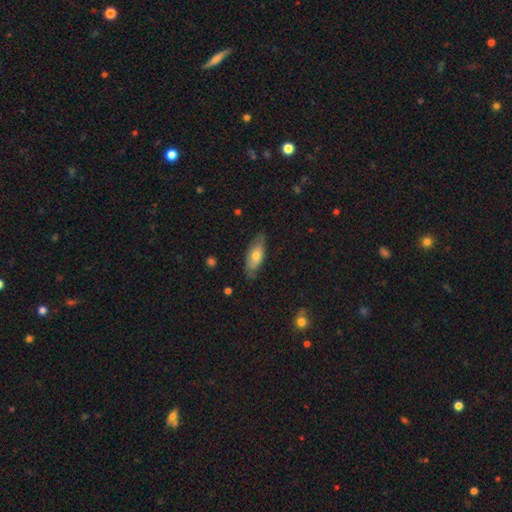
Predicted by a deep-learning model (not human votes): Smooth or featured?
  - smooth: 58% *
  - featured or disk: 36%
  - star or artifact: 6%
How rounded?
  - in between: 79% *
  - cigar-shaped: 18%
  - round: 3%
Merging?
  - none: 71% *
  - minor disturbance: 23%
  - major disturbance: 4%
  - merger: 1%